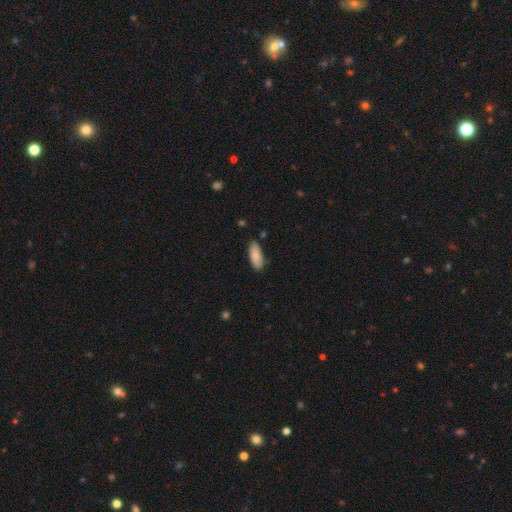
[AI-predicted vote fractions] This is clearly a smooth galaxy (88%). How rounded: likely in between (76%). Merging: clearly none (82%).